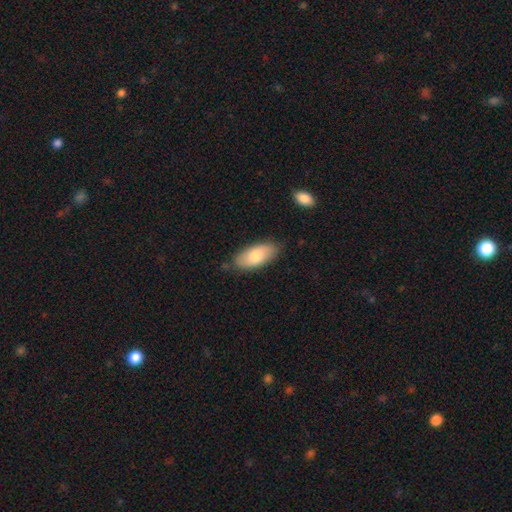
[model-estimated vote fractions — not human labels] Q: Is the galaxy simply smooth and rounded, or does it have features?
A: smooth — 79%.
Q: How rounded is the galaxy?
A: in between — 90%.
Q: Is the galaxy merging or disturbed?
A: none — 78%.